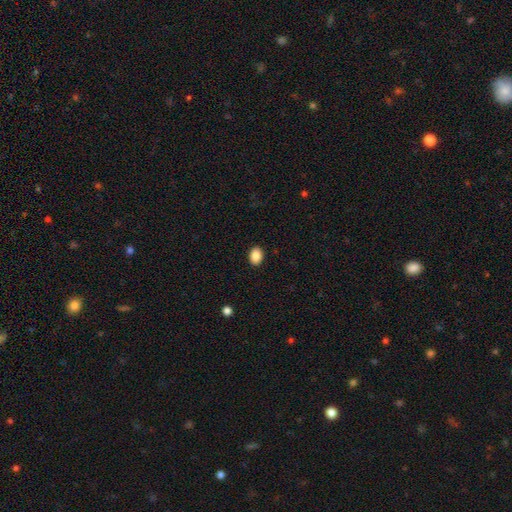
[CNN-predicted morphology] Q: Smooth or featured?
A: smooth (88%); runner-up: star or artifact (8%)
Q: How rounded?
A: in between (75%); runner-up: round (24%)
Q: Merging?
A: none (90%); runner-up: minor disturbance (7%)